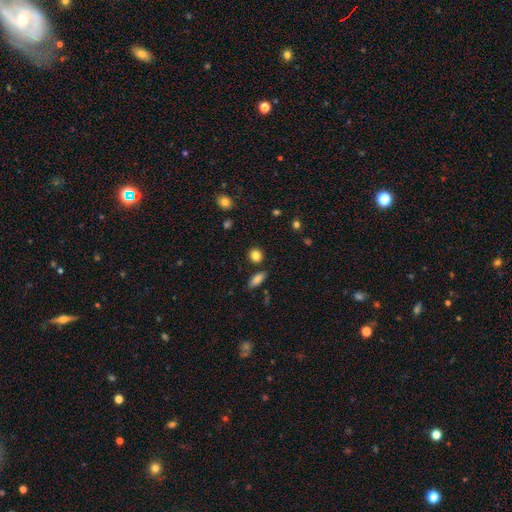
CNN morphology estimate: smooth_or_featured: smooth (p=0.85) [alt: star or artifact p=0.10]
how_rounded: round (p=0.78) [alt: in between p=0.20]
merging: none (p=0.85) [alt: minor disturbance p=0.08]